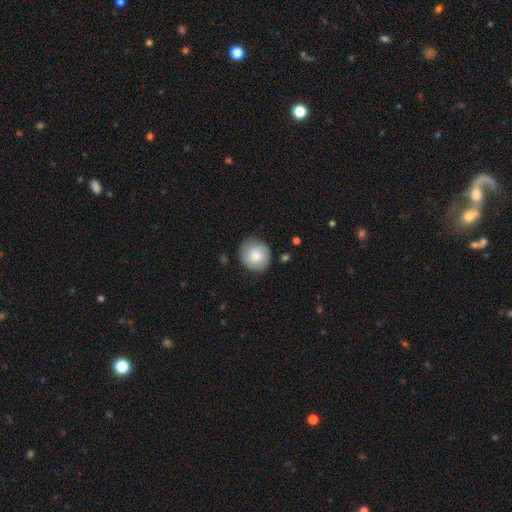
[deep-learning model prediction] Morphology: type=smooth (72%); roundness=round (86%); merging=none (80%).